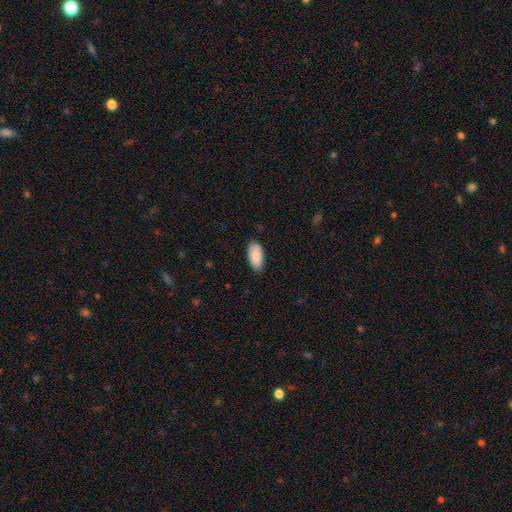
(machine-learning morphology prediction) smooth-or-featured: smooth: 89% | star or artifact: 6% | featured or disk: 5%
  how-rounded: in between: 93% | cigar-shaped: 5% | round: 2%
  merging: none: 85% | minor disturbance: 12% | major disturbance: 2% | merger: 1%